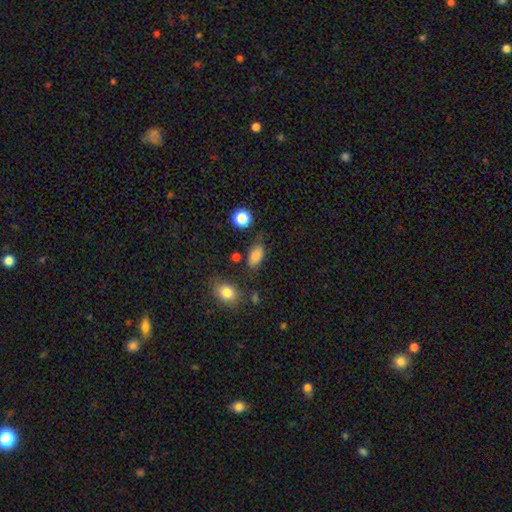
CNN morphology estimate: The model was most divided on "merging": none: 68%, minor disturbance: 21%, major disturbance: 7%, merger: 4%. More confident: how rounded — in between (88%); smooth or featured — smooth (83%).